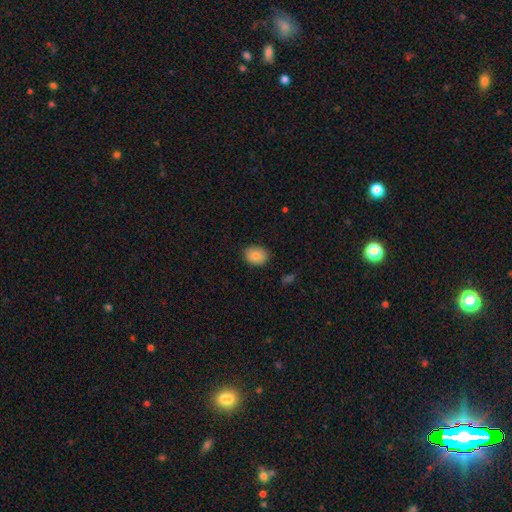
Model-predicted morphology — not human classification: This is clearly a smooth galaxy (85%). How rounded: possibly in between (53%). Merging: clearly none (85%).